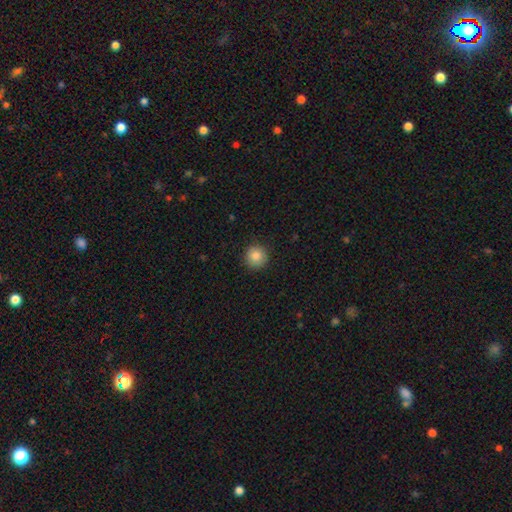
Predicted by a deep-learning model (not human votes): A smooth galaxy with no disk features (85%) that is round (94%). Merging: none (90%).